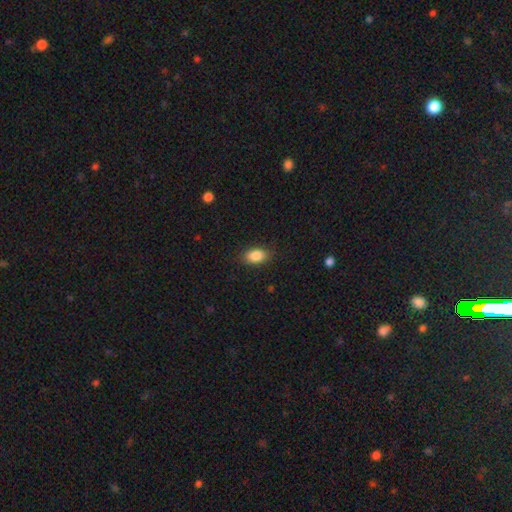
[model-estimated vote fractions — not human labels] Overall: smooth (87%). How rounded: in between (88%). Merging: none (85%).